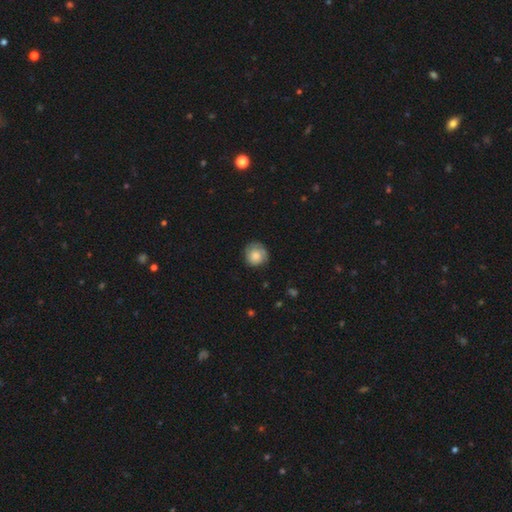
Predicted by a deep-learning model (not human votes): Smooth or featured?
  - smooth: 74% *
  - featured or disk: 19%
  - star or artifact: 7%
How rounded?
  - round: 90% *
  - in between: 9%
  - cigar-shaped: 1%
Merging?
  - none: 74% *
  - minor disturbance: 19%
  - major disturbance: 5%
  - merger: 1%